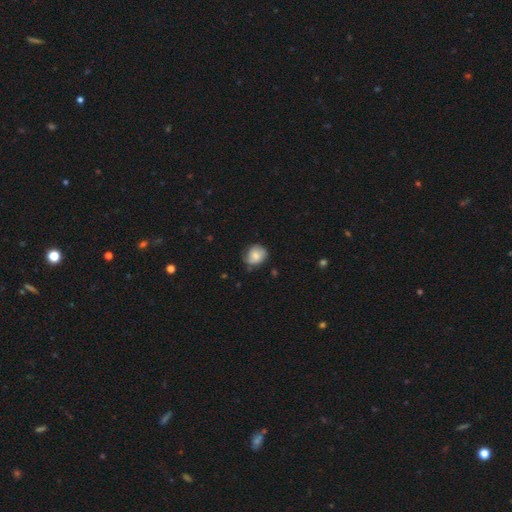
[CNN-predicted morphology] The model was most divided on "merging": none: 59%, minor disturbance: 31%, major disturbance: 9%, merger: 2%. More confident: how rounded — round (72%); smooth or featured — smooth (63%).